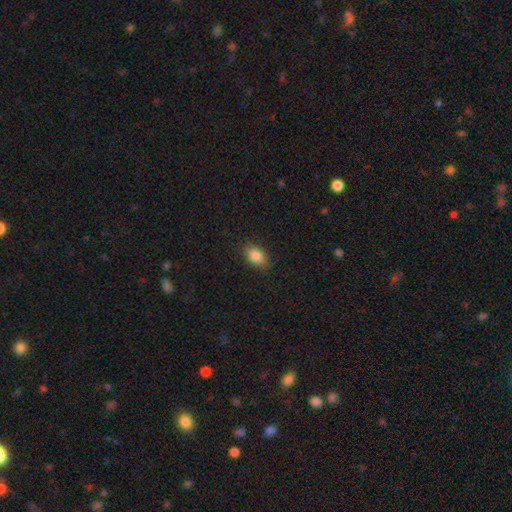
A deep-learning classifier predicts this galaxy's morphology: Overall: smooth (85%). How rounded: in between (83%). Merging: none (80%).